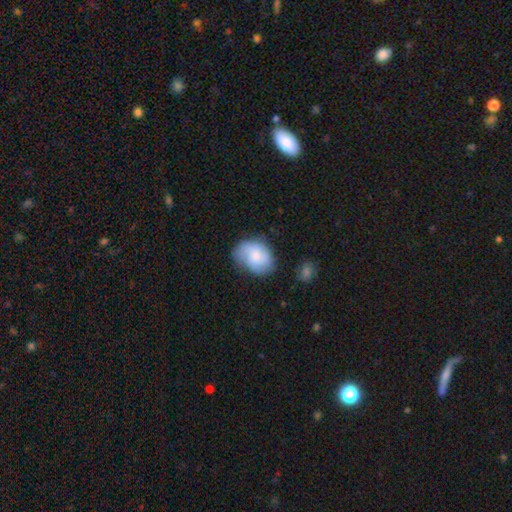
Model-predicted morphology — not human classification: smooth-or-featured: smooth: 62% | featured or disk: 31% | star or artifact: 7%
  how-rounded: in between: 67% | round: 32% | cigar-shaped: 1%
  merging: none: 54% | minor disturbance: 31% | major disturbance: 11% | merger: 4%